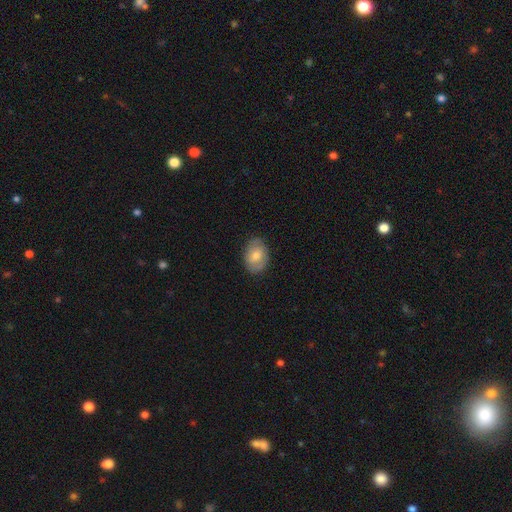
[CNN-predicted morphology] smooth_or_featured: smooth (p=0.62) [alt: featured or disk p=0.31]
how_rounded: in between (p=0.76) [alt: round p=0.23]
merging: none (p=0.82) [alt: minor disturbance p=0.14]